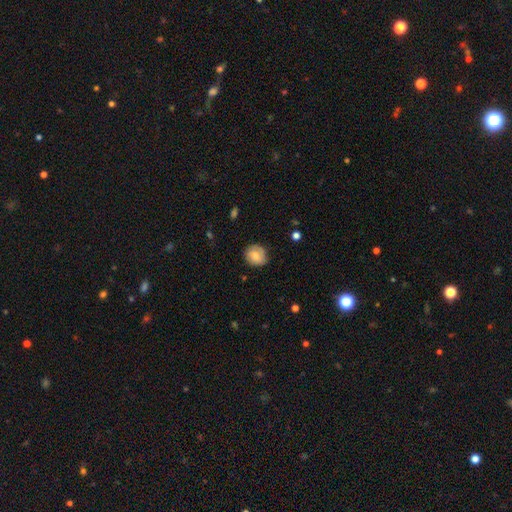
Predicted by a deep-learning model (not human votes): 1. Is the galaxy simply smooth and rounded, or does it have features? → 71% smooth, 21% featured or disk, 8% star or artifact.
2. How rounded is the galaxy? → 76% round, 23% in between, 1% cigar-shaped.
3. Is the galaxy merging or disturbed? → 77% none, 18% minor disturbance, 4% major disturbance, 1% merger.